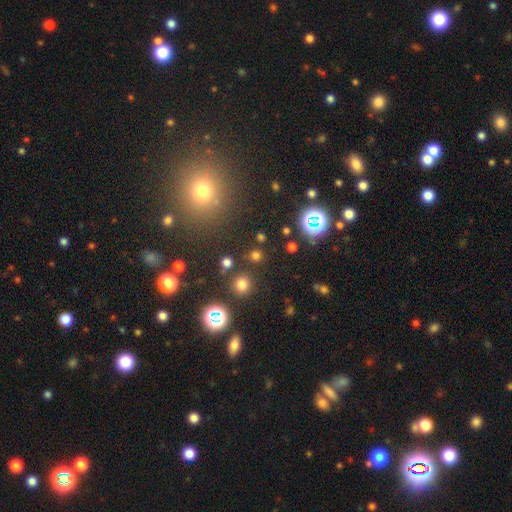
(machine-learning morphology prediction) smooth_or_featured: smooth (p=0.66) [alt: star or artifact p=0.28]
how_rounded: round (p=0.91) [alt: in between p=0.08]
merging: none (p=0.84) [alt: minor disturbance p=0.07]